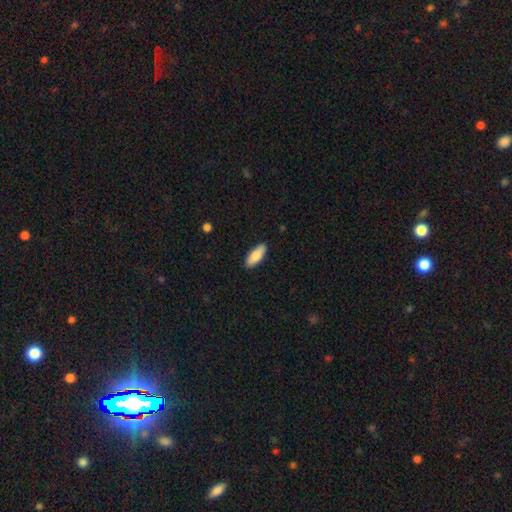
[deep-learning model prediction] smooth_or_featured: smooth (p=0.81) [alt: featured or disk p=0.14]
how_rounded: in between (p=0.78) [alt: cigar-shaped p=0.20]
merging: none (p=0.89) [alt: minor disturbance p=0.08]